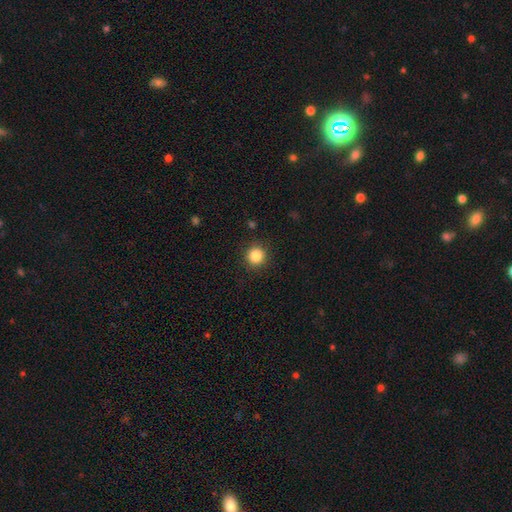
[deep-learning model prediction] Q: Smooth or featured?
A: smooth (85%); runner-up: star or artifact (11%)
Q: How rounded?
A: round (94%); runner-up: in between (5%)
Q: Merging?
A: none (91%); runner-up: minor disturbance (6%)